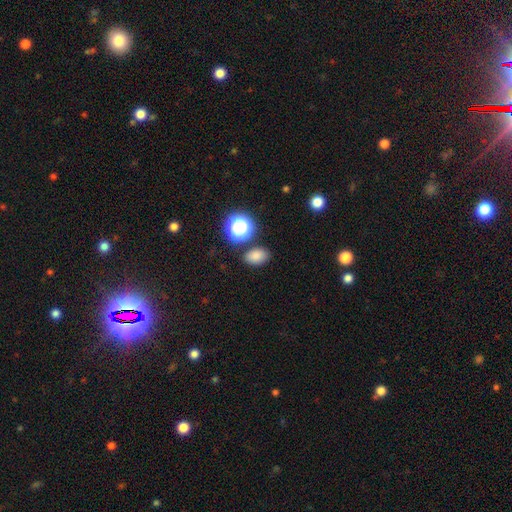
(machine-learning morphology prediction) type=smooth (79%); roundness=in between (78%); merging=none (81%).